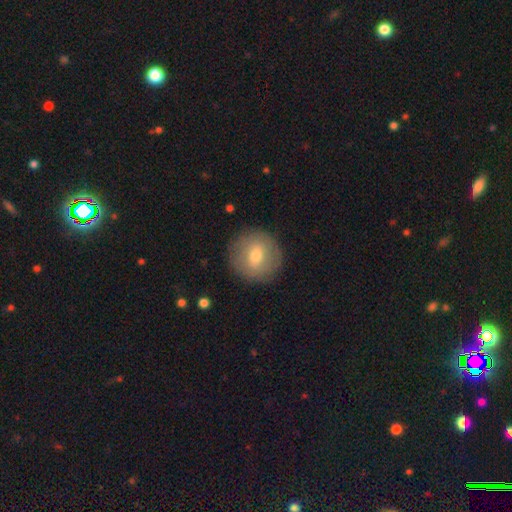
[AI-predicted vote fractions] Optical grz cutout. It shows a smooth galaxy with no disk features (63%) that is round (93%). Merging: none (88%).